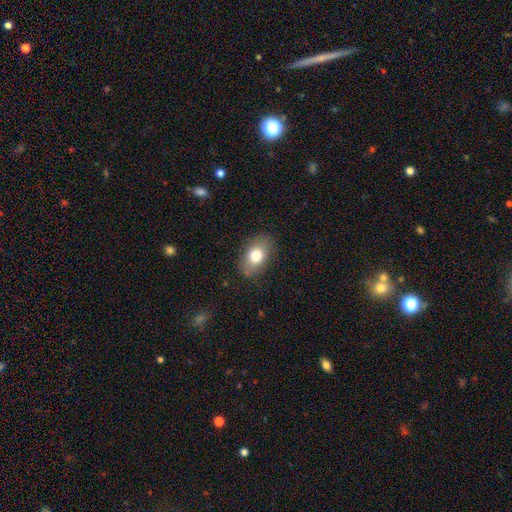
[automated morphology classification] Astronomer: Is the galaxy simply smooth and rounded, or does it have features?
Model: smooth — 76%.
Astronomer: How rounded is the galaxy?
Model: in between — 85%.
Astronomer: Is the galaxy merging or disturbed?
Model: none — 81%.